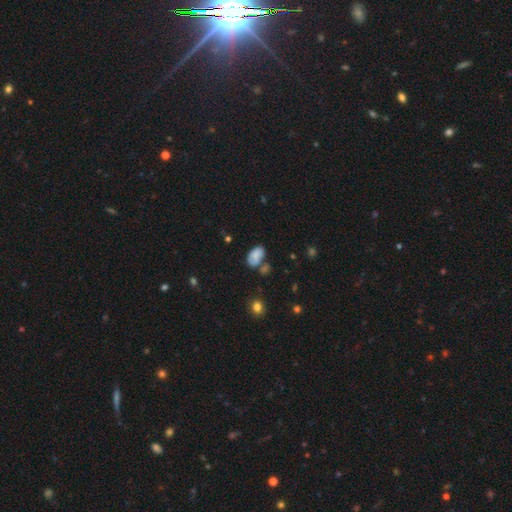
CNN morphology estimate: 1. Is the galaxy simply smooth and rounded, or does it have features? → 74% smooth, 16% featured or disk, 9% star or artifact.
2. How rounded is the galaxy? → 91% in between, 8% round, 1% cigar-shaped.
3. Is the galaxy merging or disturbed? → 45% none, 24% minor disturbance, 22% merger, 9% major disturbance.